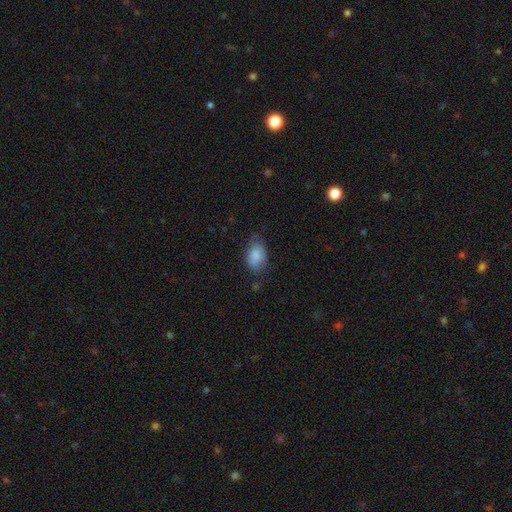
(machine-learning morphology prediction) Overall: smooth (84%). How rounded: in between (85%). Merging: none (58%; minor disturbance 31%).